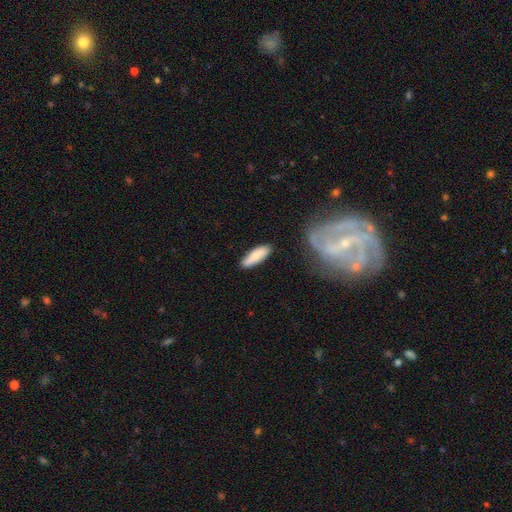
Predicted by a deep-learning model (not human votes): Smooth or featured?
  - smooth: 81% *
  - featured or disk: 13%
  - star or artifact: 6%
How rounded?
  - in between: 52% *
  - cigar-shaped: 46%
  - round: 2%
Merging?
  - none: 83% *
  - minor disturbance: 12%
  - merger: 3%
  - major disturbance: 3%